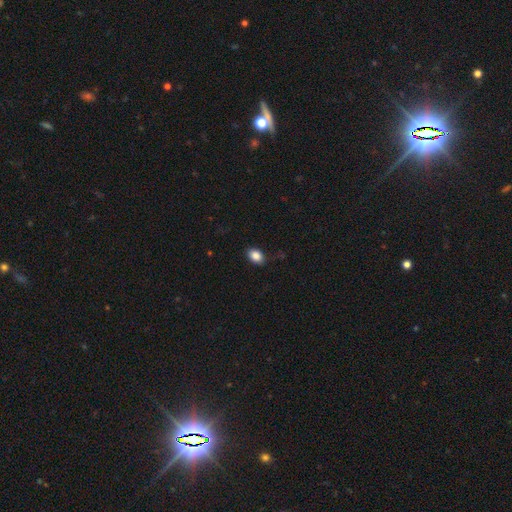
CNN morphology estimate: Smooth or featured?
  - smooth: 86% *
  - star or artifact: 9%
  - featured or disk: 5%
How rounded?
  - in between: 79% *
  - round: 20%
  - cigar-shaped: 1%
Merging?
  - none: 83% *
  - minor disturbance: 13%
  - major disturbance: 3%
  - merger: 1%